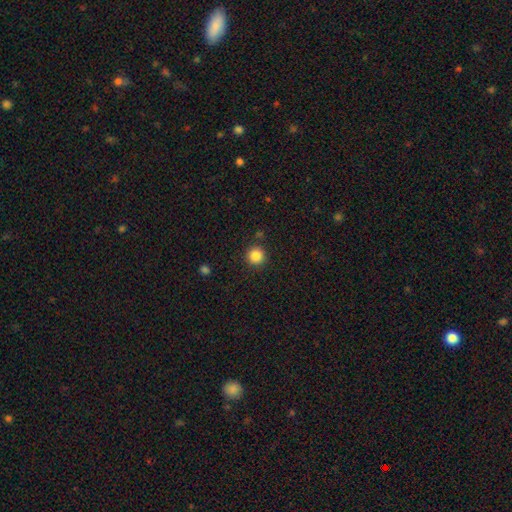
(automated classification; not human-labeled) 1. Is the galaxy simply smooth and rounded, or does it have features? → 86% smooth, 11% star or artifact, 3% featured or disk.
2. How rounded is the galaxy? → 95% round, 4% in between, 1% cigar-shaped.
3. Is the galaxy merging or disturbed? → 90% none, 6% minor disturbance, 2% major disturbance, 2% merger.